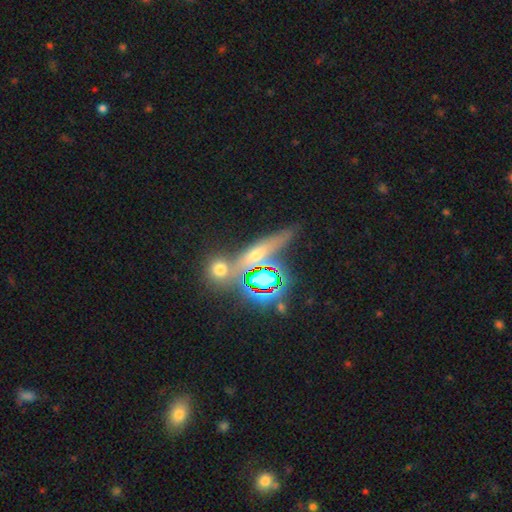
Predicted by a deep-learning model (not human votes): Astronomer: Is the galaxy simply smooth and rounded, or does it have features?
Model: smooth — 38% (runner-up: star or artifact, 36%).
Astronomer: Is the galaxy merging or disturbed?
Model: none — 68%.